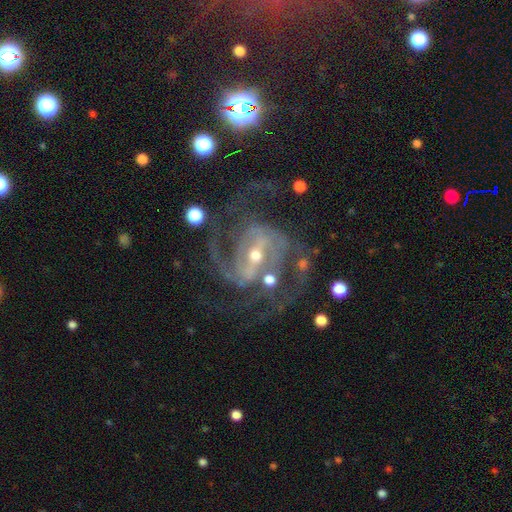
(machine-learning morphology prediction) This is clearly a featured or disk galaxy (91%). It is clearly not viewed edge-on (97%). Bar: possibly strong (53%). Spiral arm pattern: clearly yes (98%). Spiral arm count: possibly 2 (58%). Spiral winding: possibly medium (58%). Central bulge: possibly small (57%). Merging: likely none (64%).